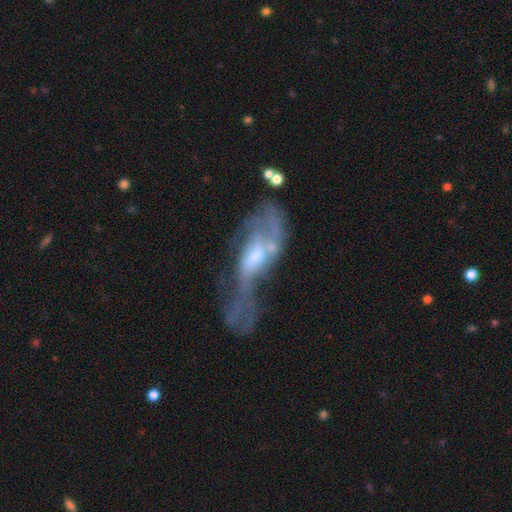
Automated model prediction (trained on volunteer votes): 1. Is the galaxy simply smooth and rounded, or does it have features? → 67% featured or disk, 24% smooth, 9% star or artifact.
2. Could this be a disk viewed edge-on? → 89% no, 11% yes.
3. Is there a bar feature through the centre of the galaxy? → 58% no, 32% weak, 10% strong.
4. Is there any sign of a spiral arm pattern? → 54% yes, 46% no.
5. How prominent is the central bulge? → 48% moderate, 24% small, 15% large, 11% none, 2% dominant.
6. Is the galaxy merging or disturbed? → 52% major disturbance, 19% merger, 15% none, 13% minor disturbance.